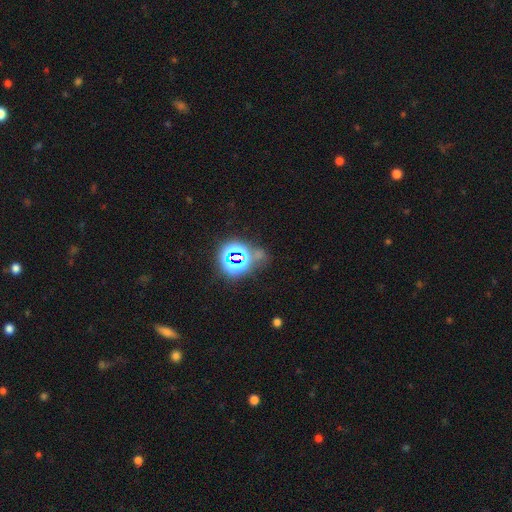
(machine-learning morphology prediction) Smooth or featured? Predicted: star or artifact (p=0.68).